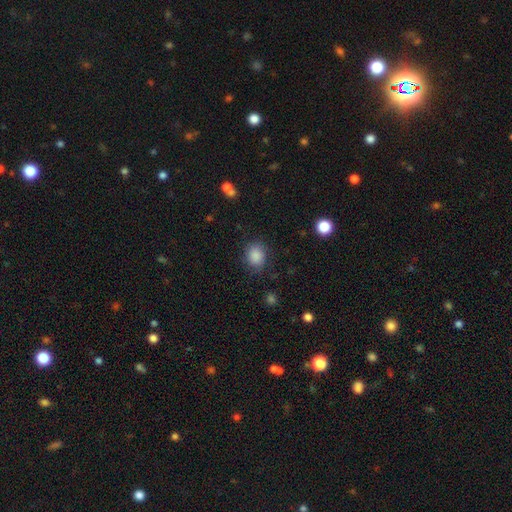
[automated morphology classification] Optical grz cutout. It shows a smooth galaxy with no disk features (86%) that is round (61%). Merging: none (78%).